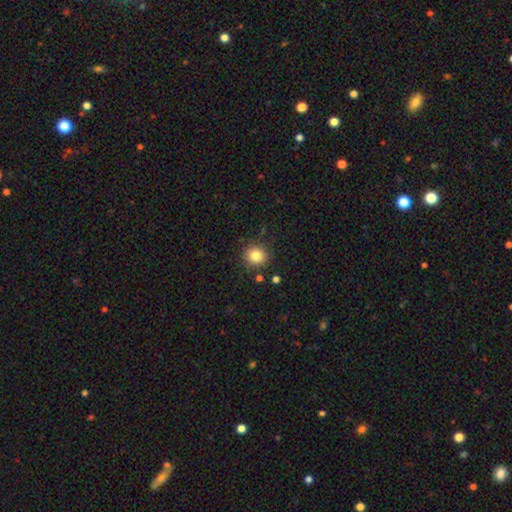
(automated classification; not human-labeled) smooth_or_featured: smooth (p=0.82) [alt: star or artifact p=0.11]
how_rounded: round (p=0.88) [alt: in between p=0.11]
merging: none (p=0.87) [alt: minor disturbance p=0.08]